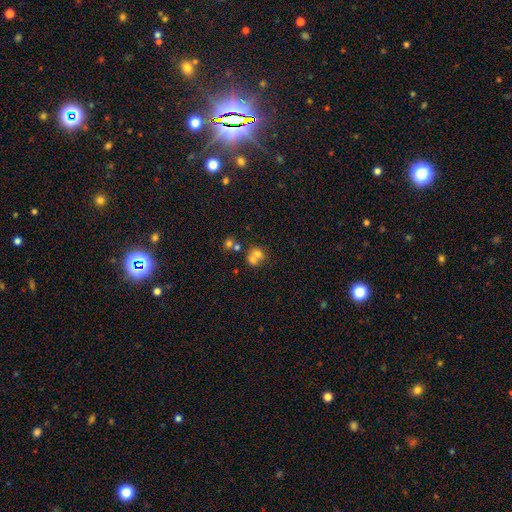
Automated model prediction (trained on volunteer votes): Morphology: type=smooth (61%); roundness=round (65%); merging=merger (58%).